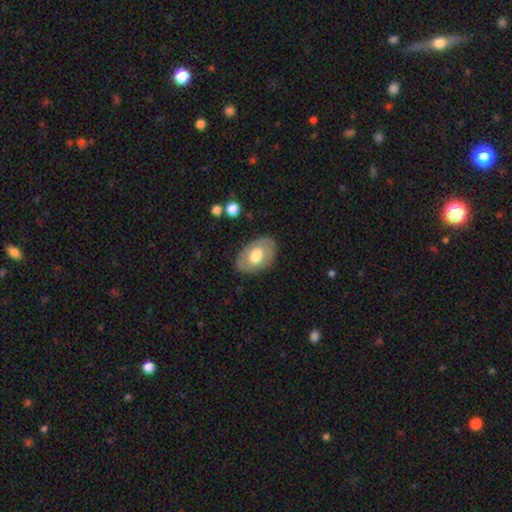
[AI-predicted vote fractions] Smooth or featured? smooth (56%)
How rounded? in between (86%)
Merging? none (83%)